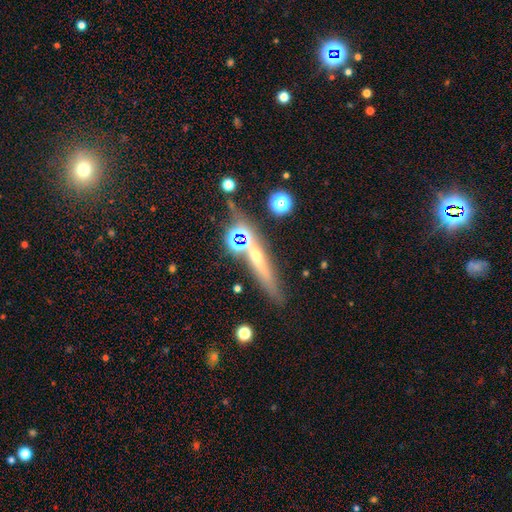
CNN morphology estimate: Overall: featured or disk (47%; smooth 30%). Merging: none (72%).